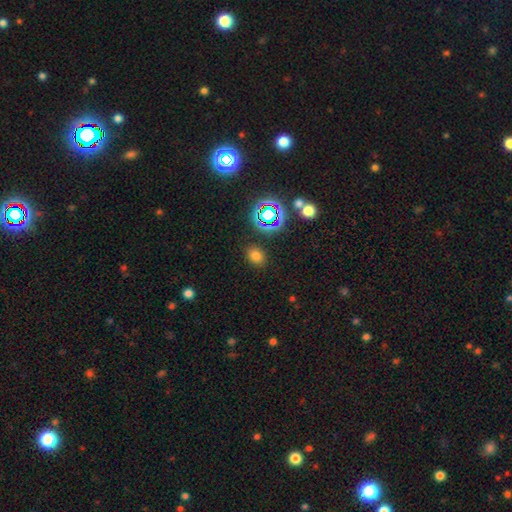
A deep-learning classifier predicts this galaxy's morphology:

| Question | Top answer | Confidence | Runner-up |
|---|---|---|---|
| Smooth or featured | smooth | 71% | star or artifact (22%) |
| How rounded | in between | 62% | round (37%) |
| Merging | none | 86% | minor disturbance (9%) |